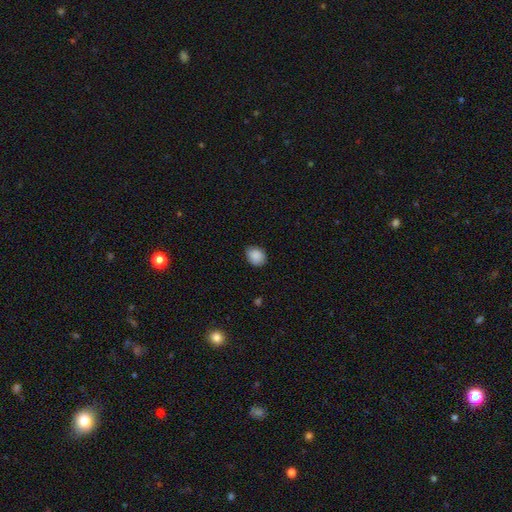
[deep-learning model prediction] Smooth or featured?
  - smooth: 88% *
  - star or artifact: 8%
  - featured or disk: 4%
How rounded?
  - in between: 52% *
  - round: 47%
  - cigar-shaped: 1%
Merging?
  - none: 78% *
  - minor disturbance: 18%
  - major disturbance: 3%
  - merger: 1%